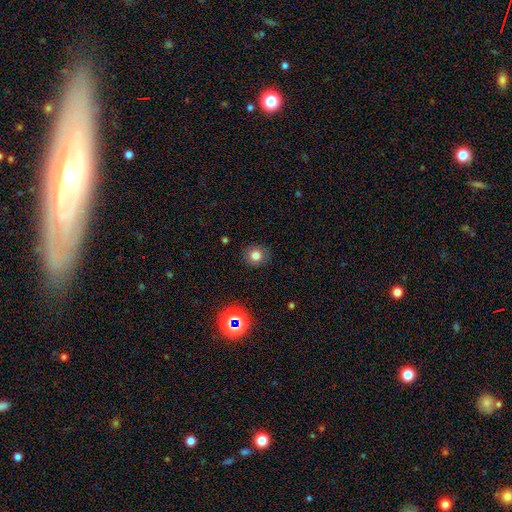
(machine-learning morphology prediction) smooth_or_featured: smooth (p=0.78) [alt: star or artifact p=0.15]
how_rounded: round (p=0.86) [alt: in between p=0.13]
merging: none (p=0.88) [alt: minor disturbance p=0.08]